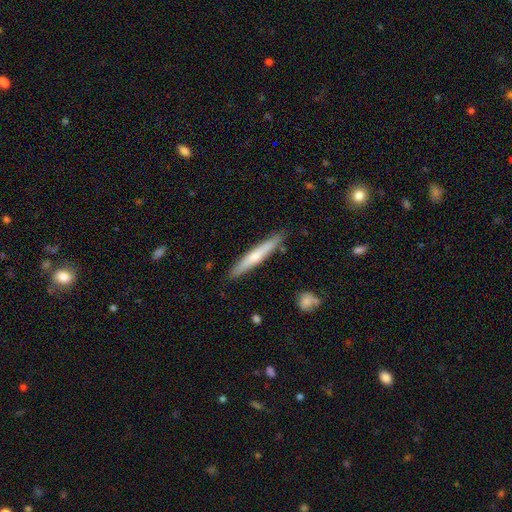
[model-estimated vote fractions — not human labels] Morphology: type=smooth (55%); roundness=cigar-shaped (95%); merging=none (87%).